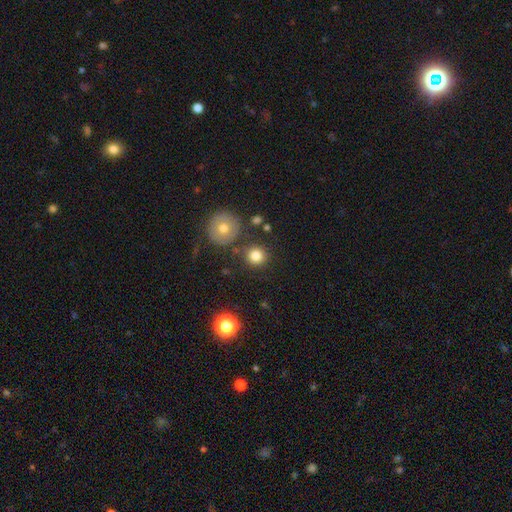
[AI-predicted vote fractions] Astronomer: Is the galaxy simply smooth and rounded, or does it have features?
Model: smooth — 82%.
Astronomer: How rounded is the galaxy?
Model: round — 92%.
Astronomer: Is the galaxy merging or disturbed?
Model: none — 84%.